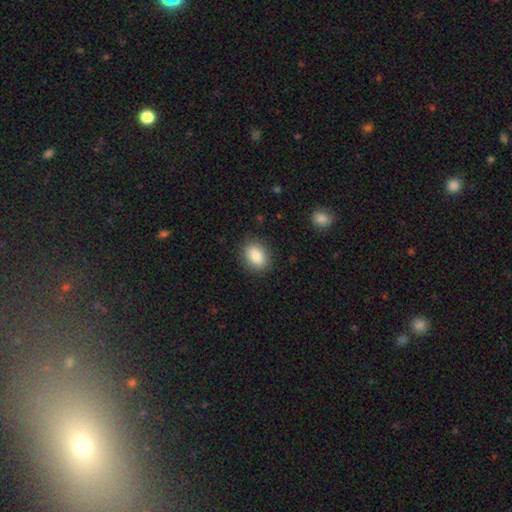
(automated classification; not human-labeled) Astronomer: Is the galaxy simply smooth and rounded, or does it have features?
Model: smooth — 87%.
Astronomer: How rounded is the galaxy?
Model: in between — 74%.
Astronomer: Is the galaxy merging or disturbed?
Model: none — 87%.